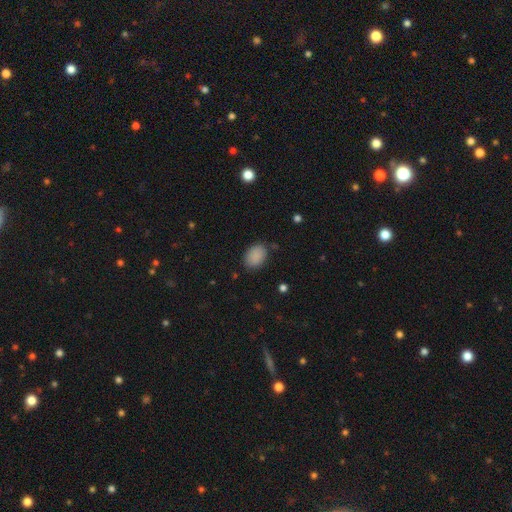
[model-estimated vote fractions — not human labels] Smooth or featured?
  - smooth: 88% *
  - star or artifact: 8%
  - featured or disk: 3%
How rounded?
  - in between: 77% *
  - round: 22%
  - cigar-shaped: 1%
Merging?
  - none: 83% *
  - minor disturbance: 12%
  - major disturbance: 3%
  - merger: 1%